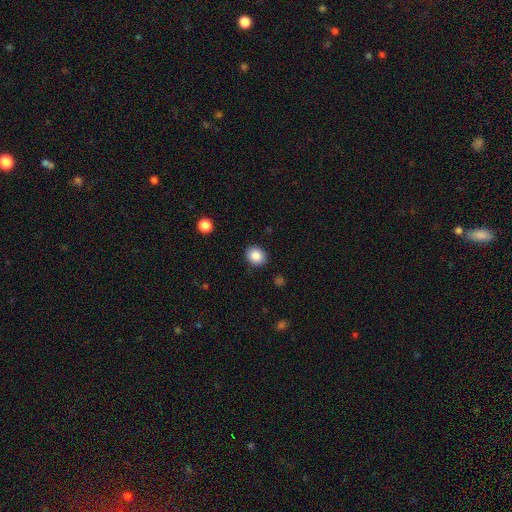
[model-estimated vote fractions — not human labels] A smooth galaxy with no disk features (86%) that is round (64%).

Vote fractions:
- Smooth or featured? smooth: 86% / star or artifact: 9% / featured or disk: 5%
- How rounded? round: 64% / in between: 35% / cigar-shaped: 1%
- Merging? none: 89% / minor disturbance: 8% / major disturbance: 2% / merger: 1%